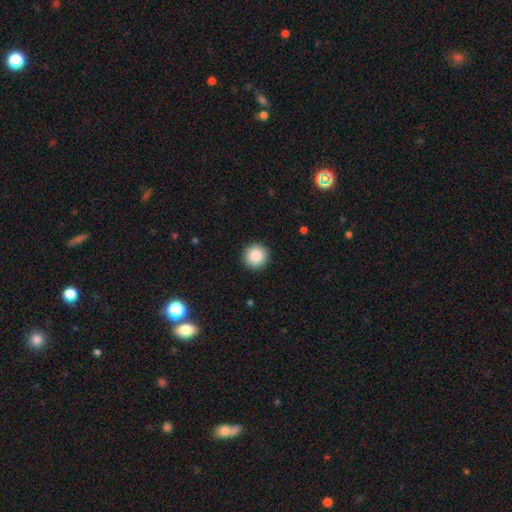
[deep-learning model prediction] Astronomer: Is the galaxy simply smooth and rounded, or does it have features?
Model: smooth — 87%.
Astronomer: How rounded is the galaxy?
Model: round — 96%.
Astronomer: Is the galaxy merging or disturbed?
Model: none — 93%.